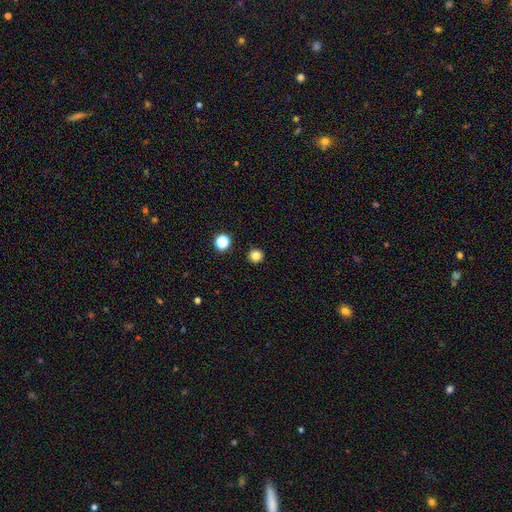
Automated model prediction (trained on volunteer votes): smooth 82%, star or artifact 14%, featured or disk 5%. Down the decision tree: how rounded — round (93%); merging — none (92%).